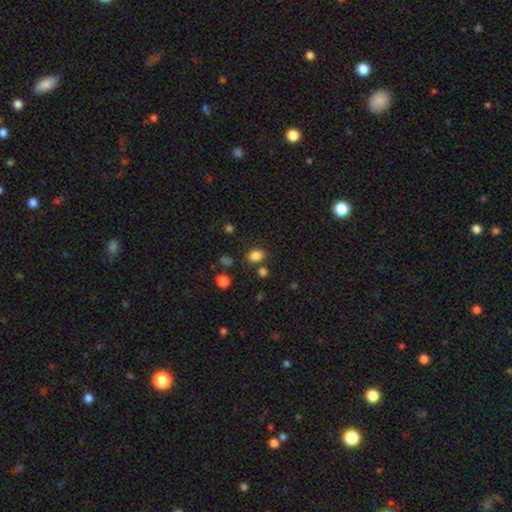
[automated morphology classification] Smooth or featured? Predicted: smooth (p=0.82). How rounded? Predicted: in between (p=0.69). Merging? Predicted: none (p=0.76).